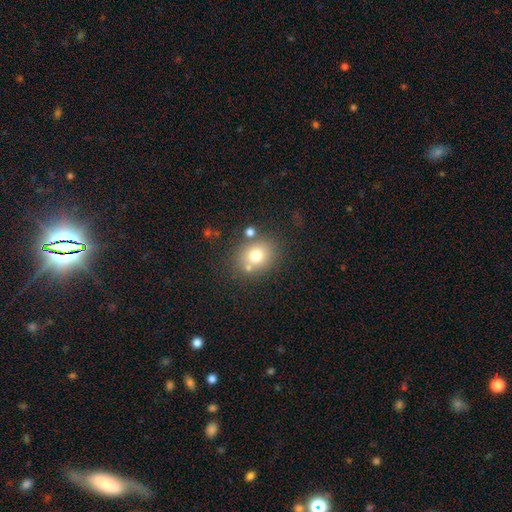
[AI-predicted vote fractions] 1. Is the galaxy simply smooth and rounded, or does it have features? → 74% smooth, 14% featured or disk, 13% star or artifact.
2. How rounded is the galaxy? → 62% round, 37% in between, 1% cigar-shaped.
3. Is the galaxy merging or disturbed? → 71% none, 12% minor disturbance, 12% merger, 5% major disturbance.